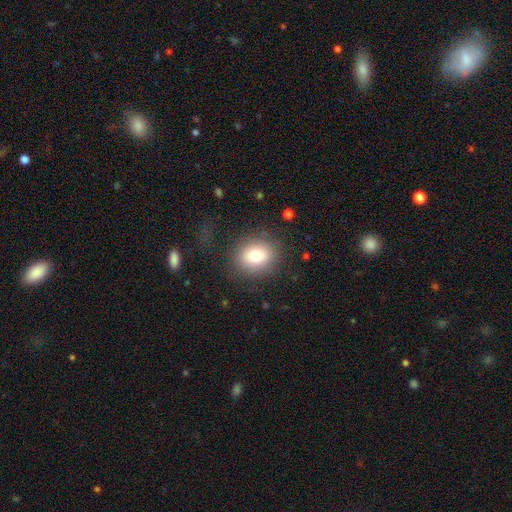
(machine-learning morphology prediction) A smooth galaxy with no disk features (77%) that is round (64%). Merging: none (81%).